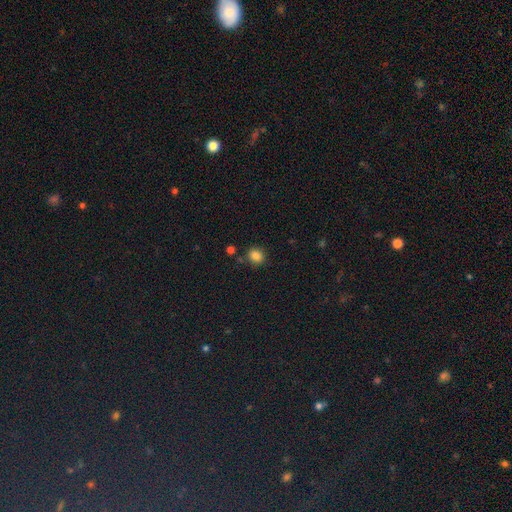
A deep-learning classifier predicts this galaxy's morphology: smooth_or_featured: smooth (p=0.84) [alt: star or artifact p=0.12]
how_rounded: round (p=0.67) [alt: in between p=0.32]
merging: none (p=0.81) [alt: minor disturbance p=0.11]